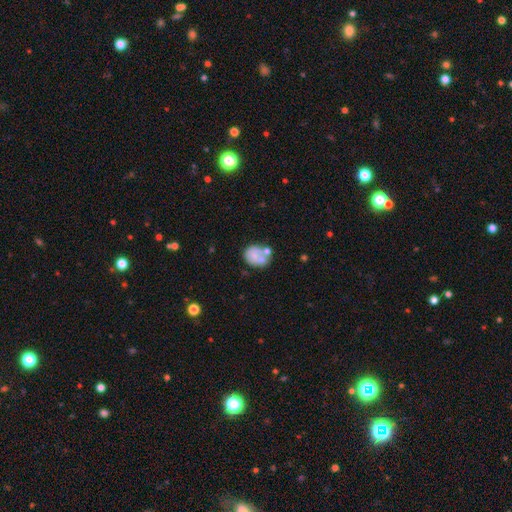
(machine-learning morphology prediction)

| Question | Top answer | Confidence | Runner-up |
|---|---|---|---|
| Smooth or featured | smooth | 56% | featured or disk (35%) |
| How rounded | round | 56% | in between (43%) |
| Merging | none | 40% | merger (30%) |